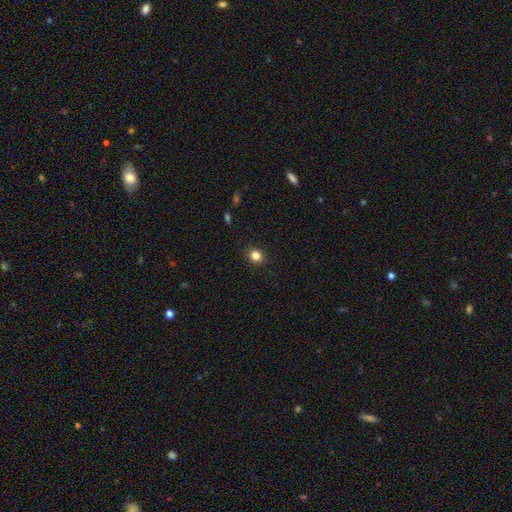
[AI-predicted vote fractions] Smooth or featured? smooth (83%)
How rounded? round (80%)
Merging? none (90%)